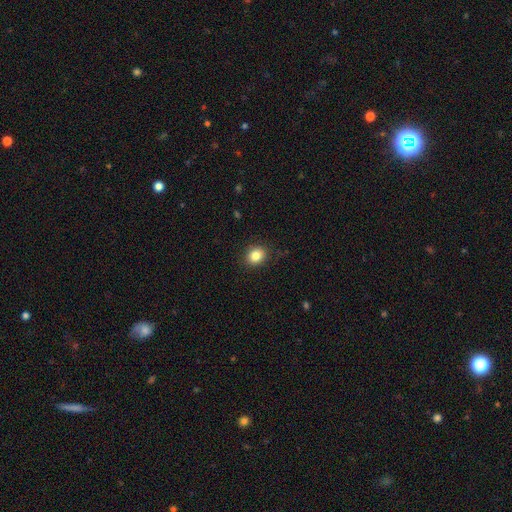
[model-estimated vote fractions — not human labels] This appears to be a smooth galaxy with no disk features (84%) that is round (65%). Merging: none (87%).